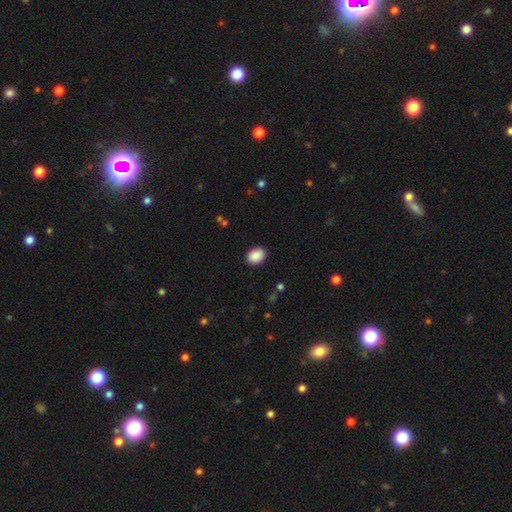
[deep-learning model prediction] smooth_or_featured: smooth (p=0.89) [alt: star or artifact p=0.07]
how_rounded: in between (p=0.69) [alt: round p=0.30]
merging: none (p=0.87) [alt: minor disturbance p=0.09]